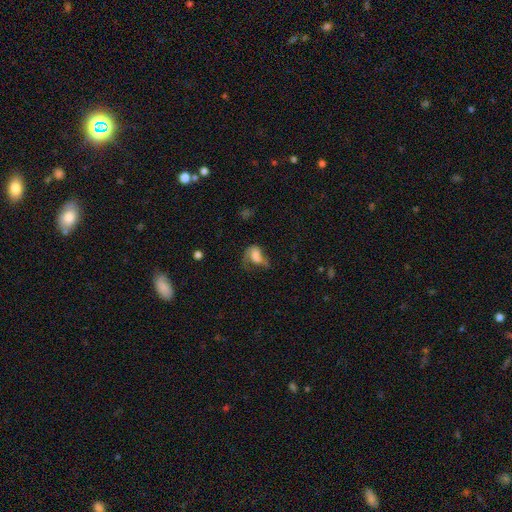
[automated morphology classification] Overall: smooth (52%; featured or disk 36%). How rounded: in between (81%). Merging: major disturbance (50%; none 21%).